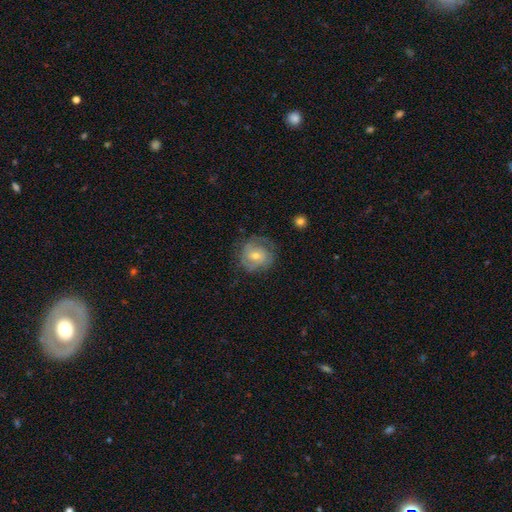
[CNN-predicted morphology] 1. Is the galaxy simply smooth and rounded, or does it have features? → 71% featured or disk, 21% smooth, 8% star or artifact.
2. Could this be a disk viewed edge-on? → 97% no, 3% yes.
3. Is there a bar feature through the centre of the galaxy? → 60% no, 33% weak, 8% strong.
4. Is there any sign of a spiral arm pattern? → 88% yes, 12% no.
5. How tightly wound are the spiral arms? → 57% tight, 33% medium, 10% loose.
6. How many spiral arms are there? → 46% 2, 29% can't tell, 14% 3, 5% 1, 4% 4, 3% more than 4.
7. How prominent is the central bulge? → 48% moderate (tied), 48% small (tied), 2% large, 1% none, 1% dominant.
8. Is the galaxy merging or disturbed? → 74% none, 17% minor disturbance, 8% major disturbance, 1% merger.